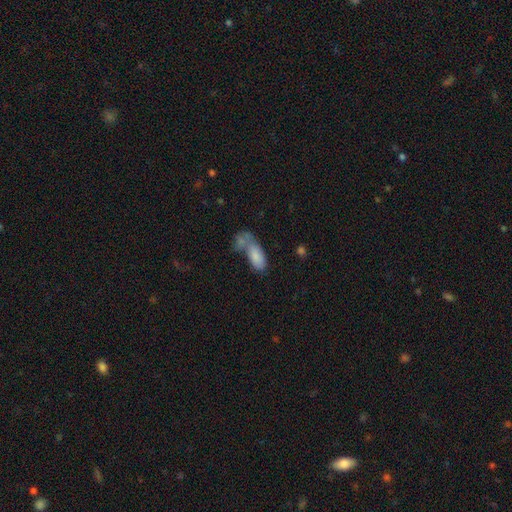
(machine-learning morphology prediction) The model was most divided on "merging": merger: 51%, none: 26%, minor disturbance: 12%, major disturbance: 12%. More confident: how rounded — in between (88%); smooth or featured — smooth (80%).